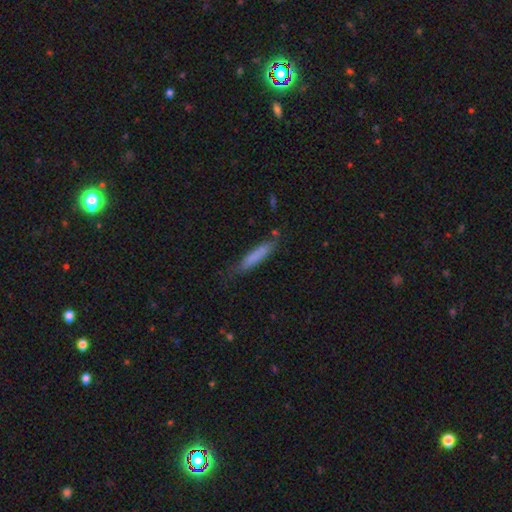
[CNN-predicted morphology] Smooth or featured: smooth — 77% (featured or disk — 16%)
How rounded: cigar-shaped — 90% (in between — 9%)
Merging: none — 74% (minor disturbance — 19%)